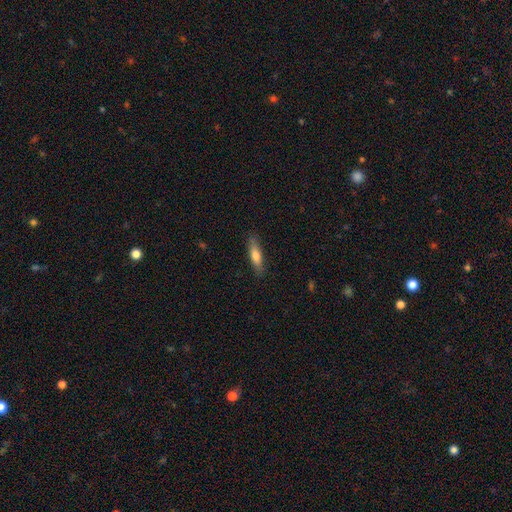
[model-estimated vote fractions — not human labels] Morphology: type=smooth (72%); roundness=cigar-shaped (65%); merging=none (85%).